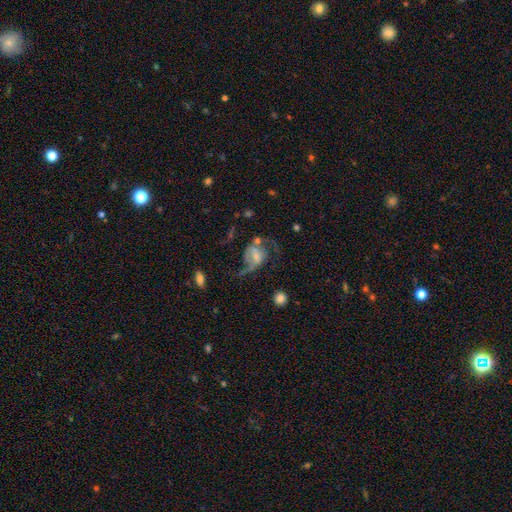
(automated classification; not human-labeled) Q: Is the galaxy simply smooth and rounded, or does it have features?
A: featured or disk — 72%.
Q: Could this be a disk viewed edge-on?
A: no — 97%.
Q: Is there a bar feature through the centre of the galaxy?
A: weak — 43%.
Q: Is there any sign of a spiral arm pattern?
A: yes — 84%.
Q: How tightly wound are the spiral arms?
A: loose — 58%.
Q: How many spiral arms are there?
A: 2 — 80%.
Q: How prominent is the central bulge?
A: moderate — 40%, tied with small.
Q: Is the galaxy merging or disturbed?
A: none — 37%.